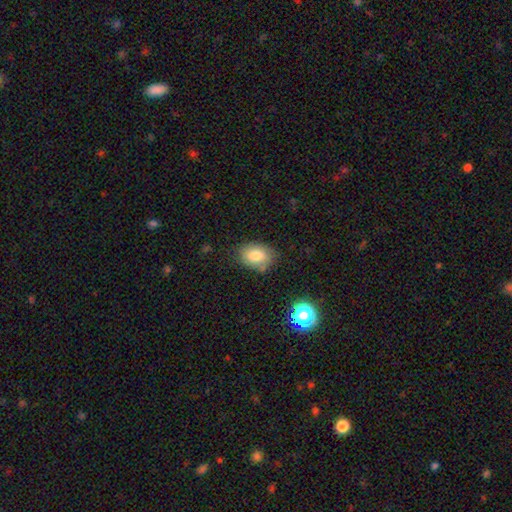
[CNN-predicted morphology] Overall: smooth (79%). How rounded: in between (78%). Merging: none (73%).